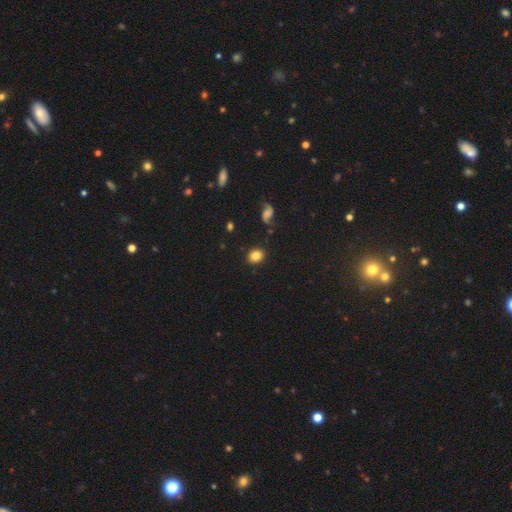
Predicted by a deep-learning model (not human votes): The model was most divided on "how rounded": round: 69%, in between: 30%, cigar-shaped: 1%. More confident: merging — none (86%); smooth or featured — smooth (81%).